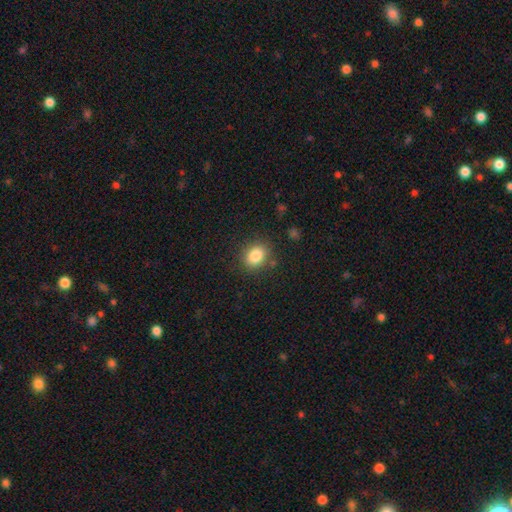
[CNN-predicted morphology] This is clearly a smooth galaxy (84%). How rounded: possibly round (52%). Merging: clearly none (83%).